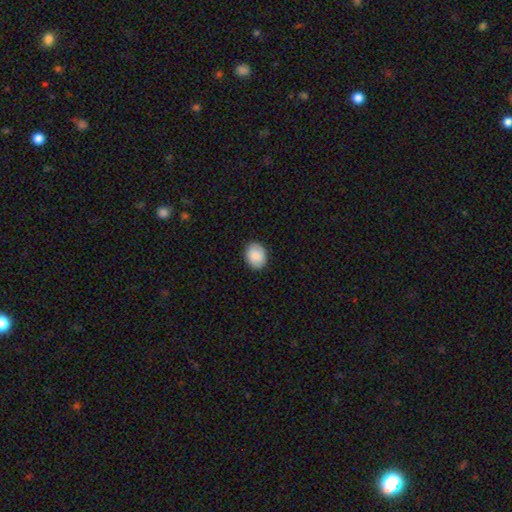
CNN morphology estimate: This appears to be a smooth galaxy with no disk features (87%) that is in between round and cigar-shaped (64%). Merging: none (89%).